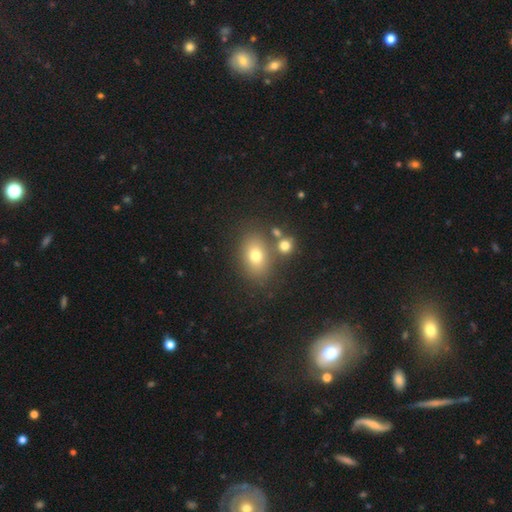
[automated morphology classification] Smooth or featured?
  - smooth: 74% *
  - star or artifact: 13%
  - featured or disk: 13%
How rounded?
  - in between: 71% *
  - round: 27%
  - cigar-shaped: 1%
Merging?
  - none: 70% *
  - merger: 14%
  - minor disturbance: 11%
  - major disturbance: 4%